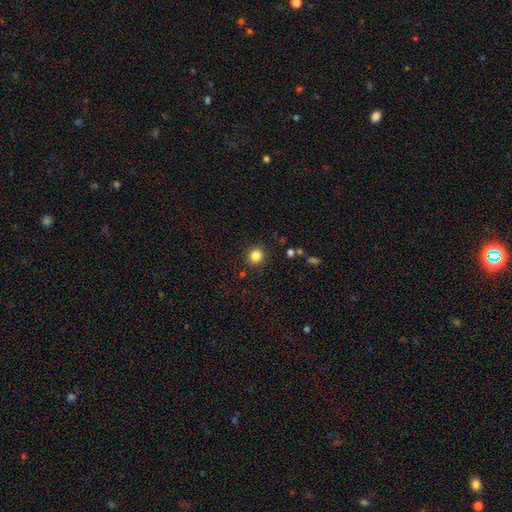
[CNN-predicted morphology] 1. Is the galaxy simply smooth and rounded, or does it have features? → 84% smooth, 12% star or artifact, 4% featured or disk.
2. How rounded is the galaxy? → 90% round, 9% in between, 1% cigar-shaped.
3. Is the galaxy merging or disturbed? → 90% none, 6% minor disturbance, 2% major disturbance, 2% merger.